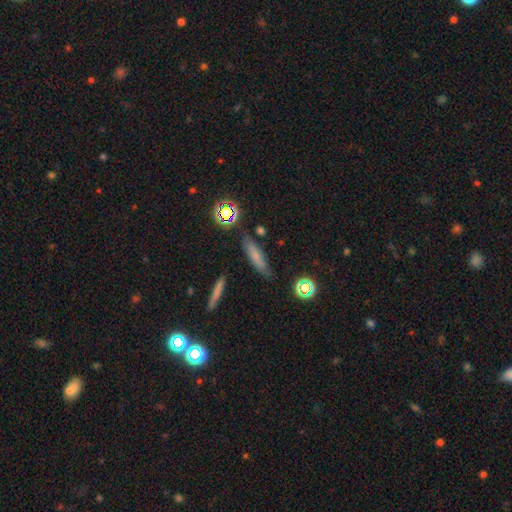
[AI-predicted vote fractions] A smooth galaxy with no disk features (64%) that is cigar-shaped (70%).

Vote fractions:
- Smooth or featured? smooth: 64% / featured or disk: 20% / star or artifact: 16%
- How rounded? cigar-shaped: 70% / in between: 26% / round: 5%
- Merging? none: 78% / minor disturbance: 15% / merger: 4% / major disturbance: 4%